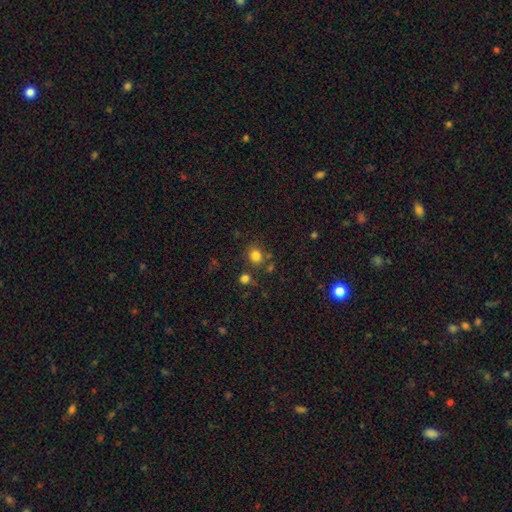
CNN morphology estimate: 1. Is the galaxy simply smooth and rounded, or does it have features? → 80% smooth, 14% star or artifact, 6% featured or disk.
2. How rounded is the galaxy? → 79% round, 20% in between, 1% cigar-shaped.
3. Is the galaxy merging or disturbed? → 76% none, 10% minor disturbance, 10% merger, 4% major disturbance.